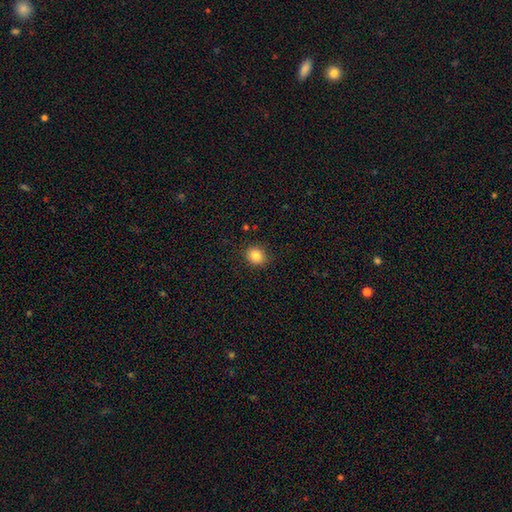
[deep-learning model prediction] Q: Smooth or featured?
A: smooth (83%); runner-up: star or artifact (10%)
Q: How rounded?
A: round (77%); runner-up: in between (22%)
Q: Merging?
A: none (89%); runner-up: minor disturbance (8%)